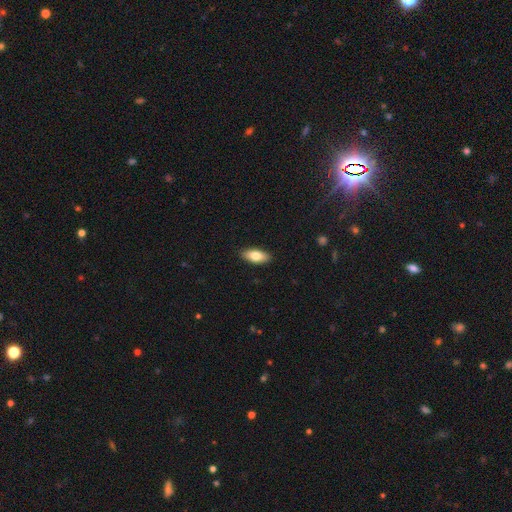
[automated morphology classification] The model was most divided on "smooth or featured": smooth: 77%, featured or disk: 16%, star or artifact: 6%. More confident: merging — none (90%); how rounded — in between (87%).